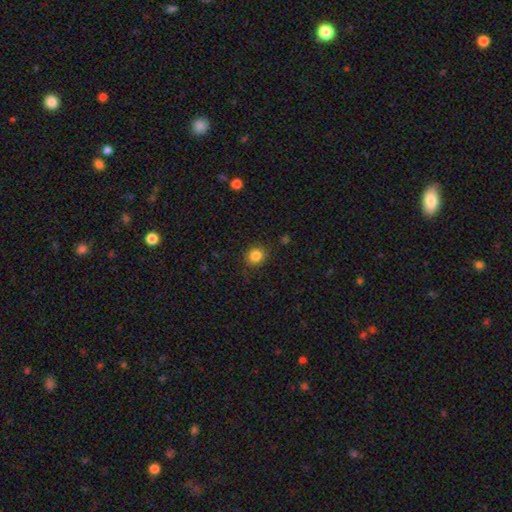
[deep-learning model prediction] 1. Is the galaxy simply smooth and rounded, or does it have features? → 84% smooth, 11% star or artifact, 5% featured or disk.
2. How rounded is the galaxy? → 83% round, 16% in between, 1% cigar-shaped.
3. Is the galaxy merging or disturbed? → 87% none, 9% minor disturbance, 3% major disturbance, 1% merger.